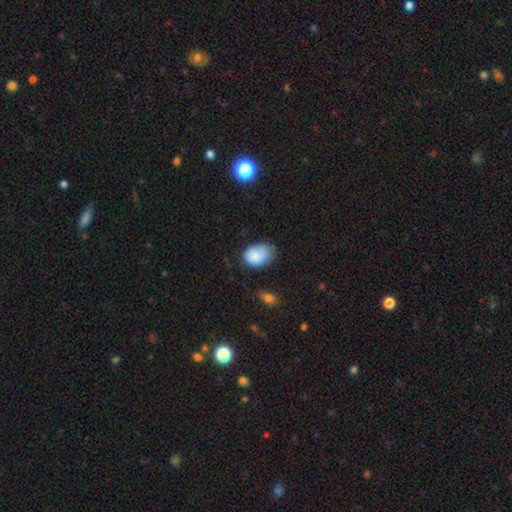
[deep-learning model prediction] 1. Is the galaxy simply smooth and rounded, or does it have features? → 82% smooth, 10% featured or disk, 7% star or artifact.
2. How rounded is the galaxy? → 77% in between, 22% round, 1% cigar-shaped.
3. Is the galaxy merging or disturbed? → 47% none, 38% minor disturbance, 12% major disturbance, 3% merger.